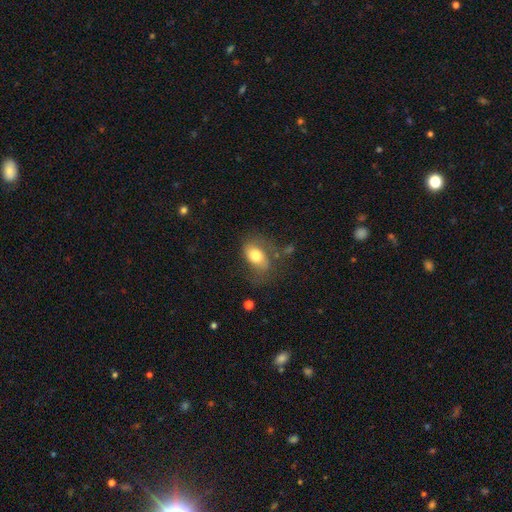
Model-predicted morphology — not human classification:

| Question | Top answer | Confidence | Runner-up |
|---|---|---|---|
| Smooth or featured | smooth | 70% | featured or disk (22%) |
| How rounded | in between | 84% | round (14%) |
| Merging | none | 52% | minor disturbance (26%) |